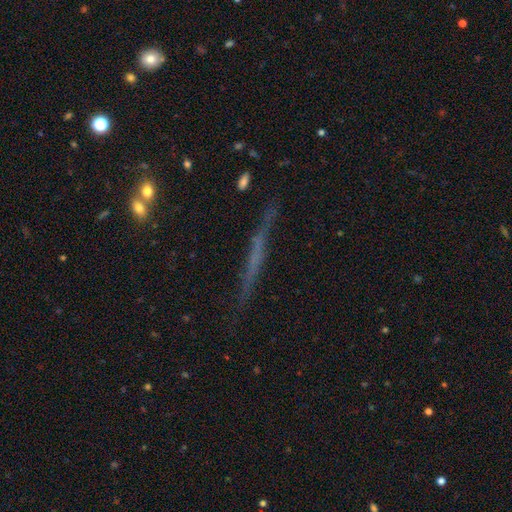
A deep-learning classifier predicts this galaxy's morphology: A featured or disk galaxy (55%) viewed edge-on (93%) with no central bulge (81%). Merging: none (81%).